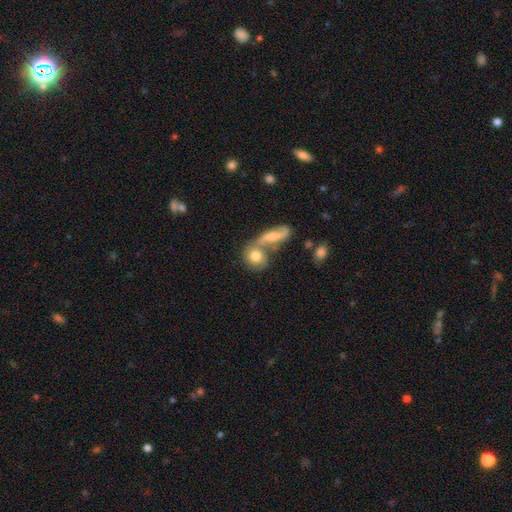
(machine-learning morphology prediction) Smooth or featured? smooth (62%)
How rounded? round (58%)
Merging? merger (58%)